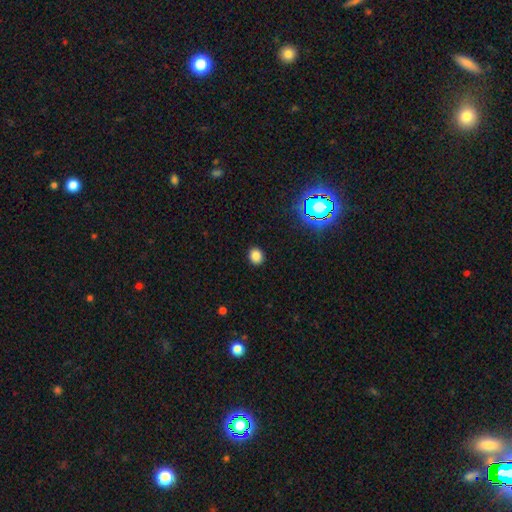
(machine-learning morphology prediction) A smooth galaxy with no disk features (81%) that is round (61%).

Vote fractions:
- Smooth or featured? smooth: 81% / star or artifact: 14% / featured or disk: 4%
- How rounded? round: 61% / in between: 38% / cigar-shaped: 1%
- Merging? none: 90% / minor disturbance: 7% / major disturbance: 2% / merger: 1%